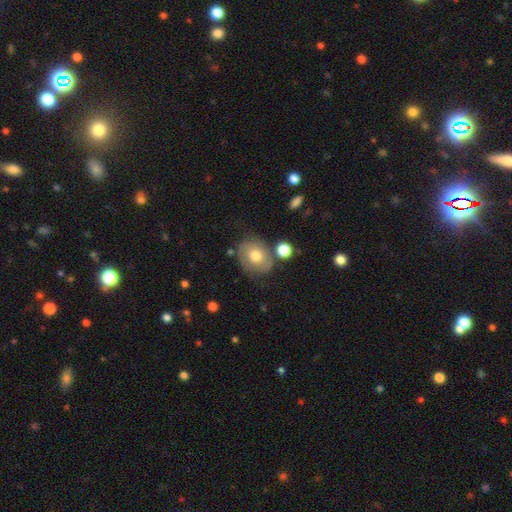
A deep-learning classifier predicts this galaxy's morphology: smooth-or-featured: smooth: 62% | featured or disk: 29% | star or artifact: 9%
  how-rounded: in between: 51% | round: 48% | cigar-shaped: 1%
  merging: none: 66% | minor disturbance: 19% | merger: 8% | major disturbance: 7%